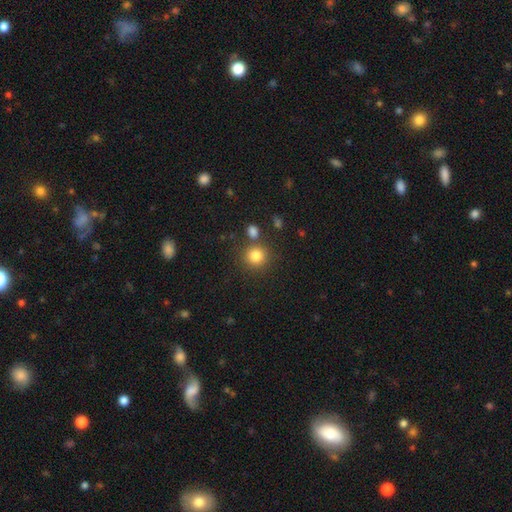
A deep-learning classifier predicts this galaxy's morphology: Smooth or featured? Predicted: smooth (p=0.83). How rounded? Predicted: round (p=0.91). Merging? Predicted: none (p=0.77).